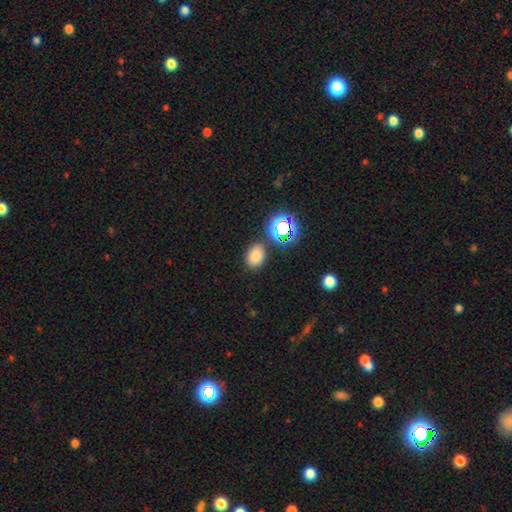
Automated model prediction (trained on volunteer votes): A smooth galaxy with no disk features (75%) that is in between round and cigar-shaped (71%).

Vote fractions:
- Smooth or featured? smooth: 75% / star or artifact: 18% / featured or disk: 7%
- How rounded? in between: 71% / round: 28% / cigar-shaped: 1%
- Merging? none: 81% / minor disturbance: 11% / merger: 5% / major disturbance: 3%